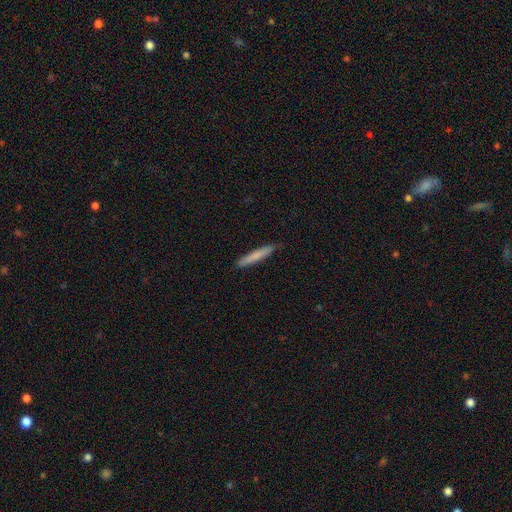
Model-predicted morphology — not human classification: Smooth or featured: smooth — 77% (featured or disk — 17%)
How rounded: cigar-shaped — 95% (in between — 4%)
Merging: none — 90% (minor disturbance — 8%)